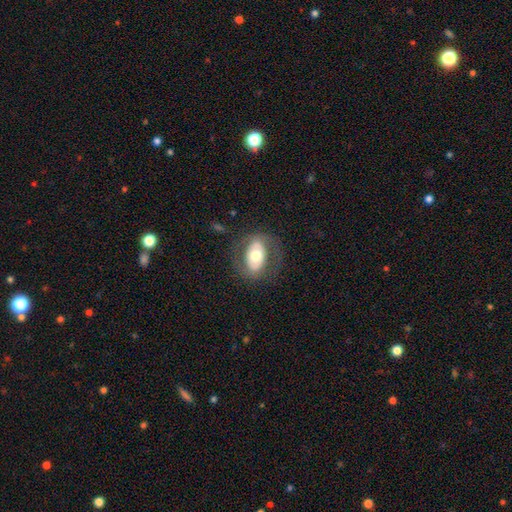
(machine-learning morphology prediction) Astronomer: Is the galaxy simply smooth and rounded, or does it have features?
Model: featured or disk — 48% (runner-up: smooth, 46%).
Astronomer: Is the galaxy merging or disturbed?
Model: none — 71%.